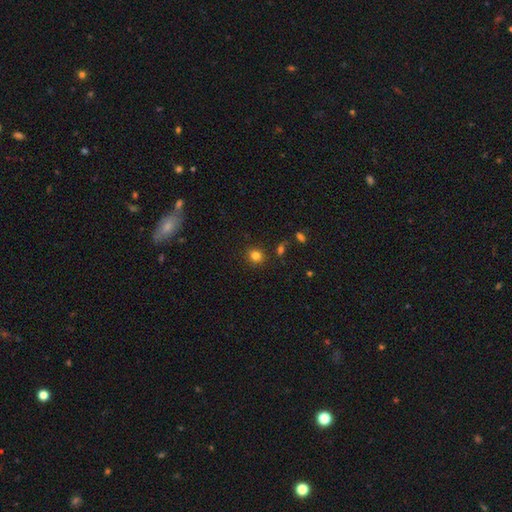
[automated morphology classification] Smooth or featured? Predicted: smooth (p=0.81). How rounded? Predicted: round (p=0.83). Merging? Predicted: none (p=0.87).